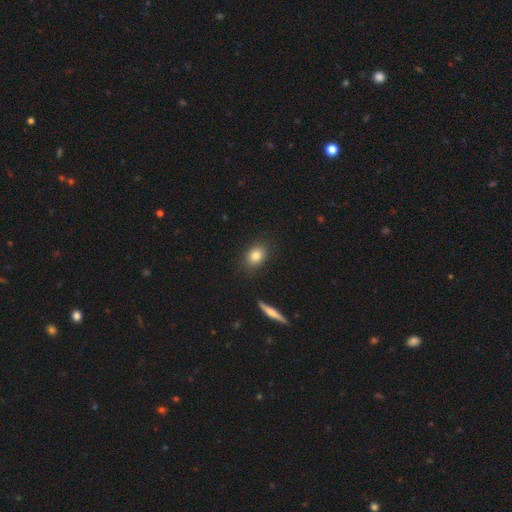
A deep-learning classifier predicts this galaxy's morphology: Smooth or featured? smooth (82%)
How rounded? in between (59%)
Merging? none (86%)